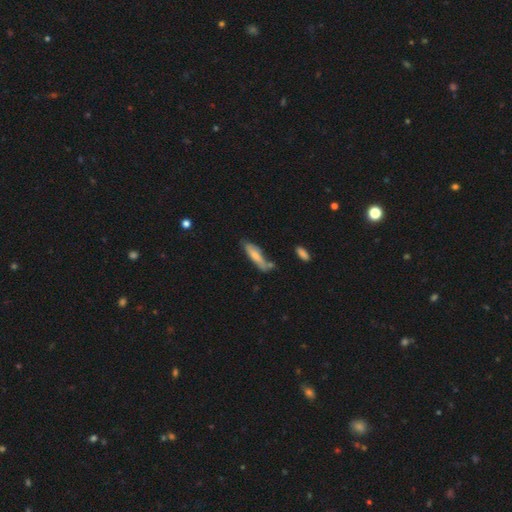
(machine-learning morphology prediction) Overall: smooth (69%). How rounded: cigar-shaped (69%; in between 29%). Merging: none (59%; minor disturbance 25%).